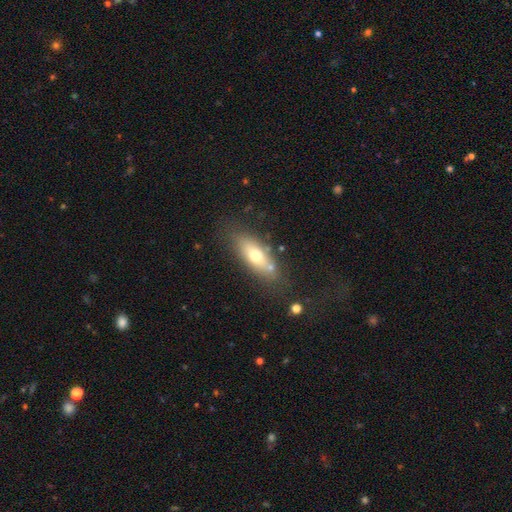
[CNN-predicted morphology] A smooth galaxy with no disk features (65%) that is in between round and cigar-shaped (67%).

Vote fractions:
- Smooth or featured? smooth: 65% / featured or disk: 27% / star or artifact: 8%
- How rounded? in between: 67% / cigar-shaped: 31% / round: 3%
- Merging? none: 73% / minor disturbance: 16% / merger: 6% / major disturbance: 5%